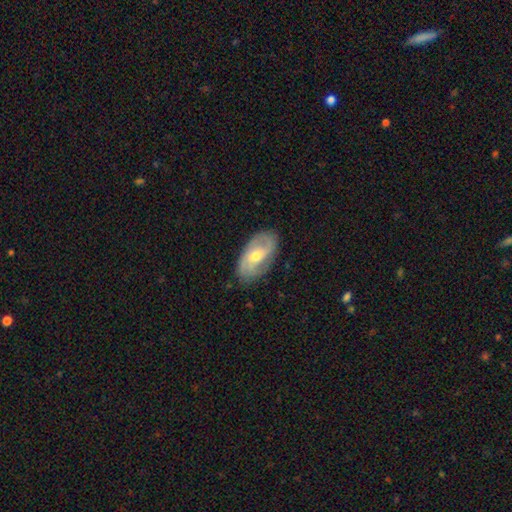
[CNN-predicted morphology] This appears to be a featured or disk galaxy (67%) with no bar (47%), 2 (59%) medium (41%) spiral arms (84%) and a moderate central bulge (59%). Merging: none (79%).